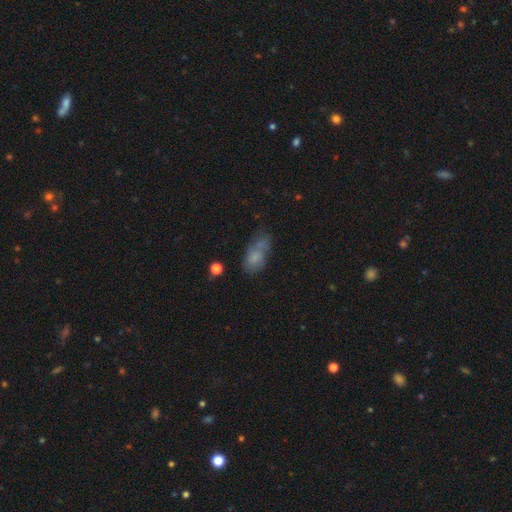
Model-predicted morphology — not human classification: A smooth galaxy with no disk features (66%) that is in between round and cigar-shaped (85%). Merging: none (36%).